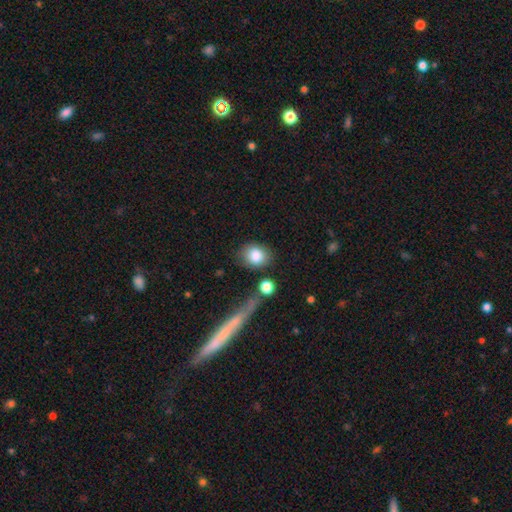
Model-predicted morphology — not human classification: Smooth or featured? smooth (84%)
How rounded? round (49%, tied with in between)
Merging? none (70%)